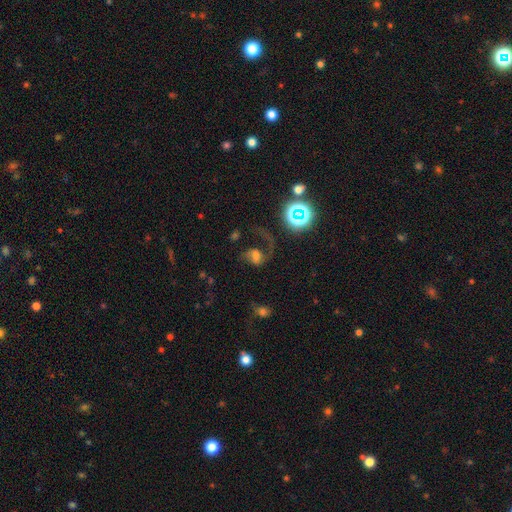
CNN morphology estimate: Smooth or featured? Predicted: featured or disk (p=0.63). Edge-on disk? Predicted: no (p=0.97). Bar? Predicted: no (p=0.43). Spiral arms? Predicted: yes (p=0.90). Spiral winding? Predicted: loose (p=0.64). Spiral arm count? Predicted: 2 (p=0.61). Bulge size? Predicted: moderate (p=0.45). Merging? Predicted: none (p=0.45).